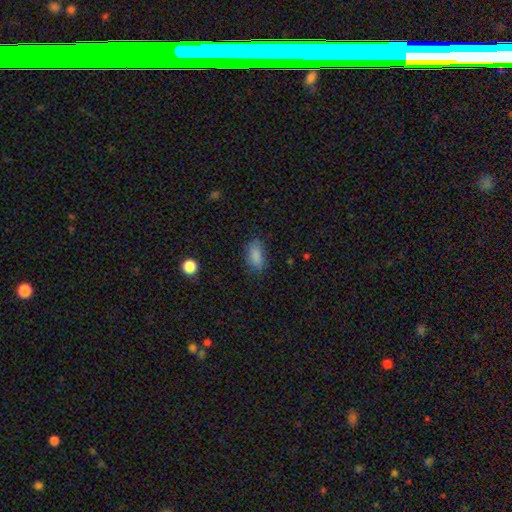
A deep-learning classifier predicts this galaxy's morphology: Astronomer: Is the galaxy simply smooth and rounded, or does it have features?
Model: smooth — 84%.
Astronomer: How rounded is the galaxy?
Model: in between — 90%.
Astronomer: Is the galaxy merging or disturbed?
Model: none — 72%.